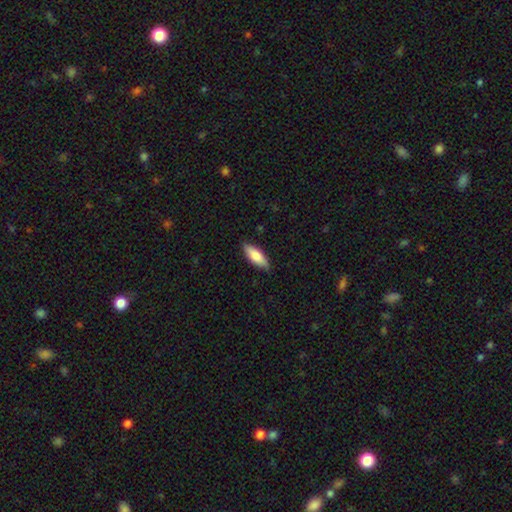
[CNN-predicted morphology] The model was most divided on "how rounded": in between: 65%, cigar-shaped: 33%, round: 2%. More confident: merging — none (86%); smooth or featured — smooth (76%).